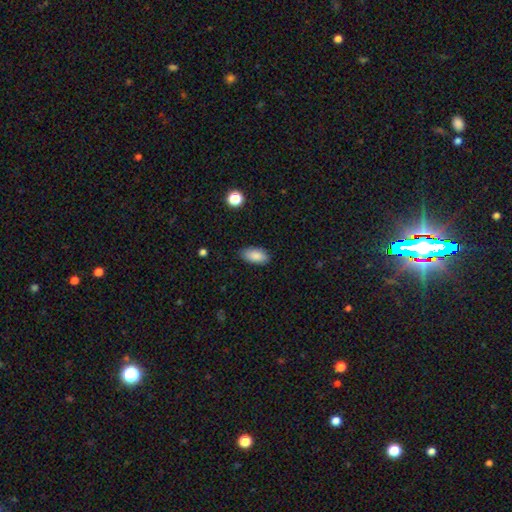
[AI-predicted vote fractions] Smooth or featured? smooth (87%)
How rounded? in between (93%)
Merging? none (84%)